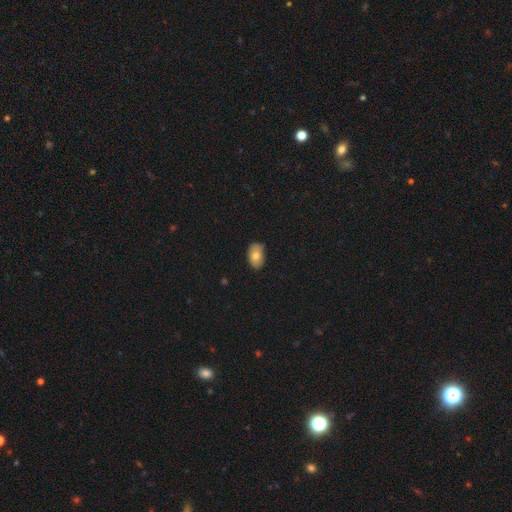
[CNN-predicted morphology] This is likely a smooth galaxy (76%). How rounded: clearly in between (89%). Merging: clearly none (83%).